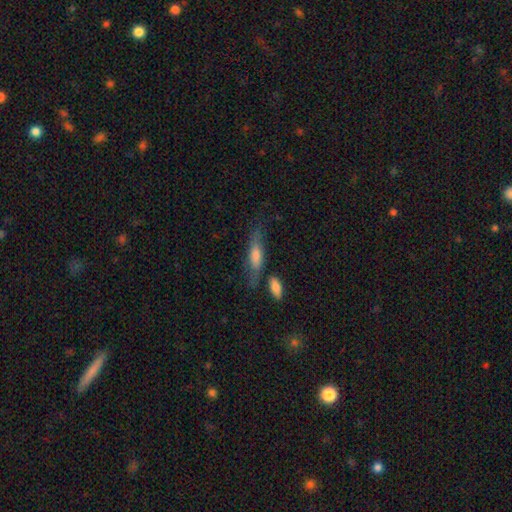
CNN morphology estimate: Smooth or featured? Predicted: smooth (p=0.58). How rounded? Predicted: cigar-shaped (p=0.55). Merging? Predicted: none (p=0.57).